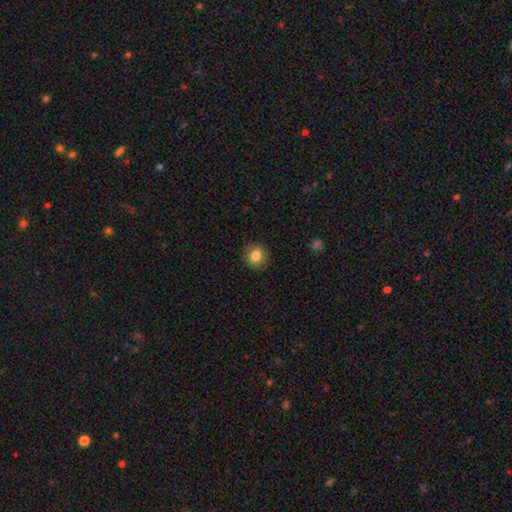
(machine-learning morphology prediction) Smooth or featured? smooth (82%)
How rounded? round (85%)
Merging? none (90%)